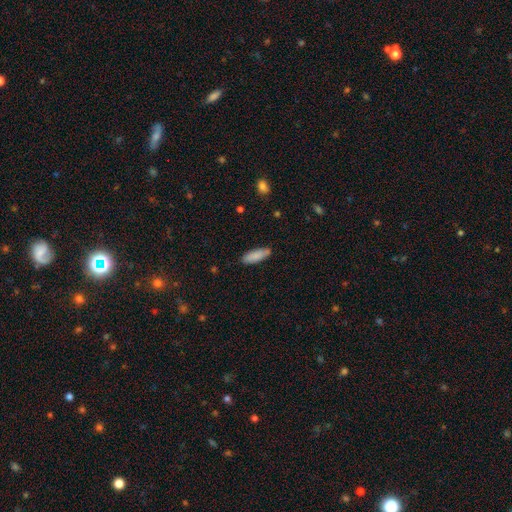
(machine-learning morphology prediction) Smooth or featured? Predicted: smooth (p=0.87). How rounded? Predicted: in between (p=0.59). Merging? Predicted: none (p=0.83).